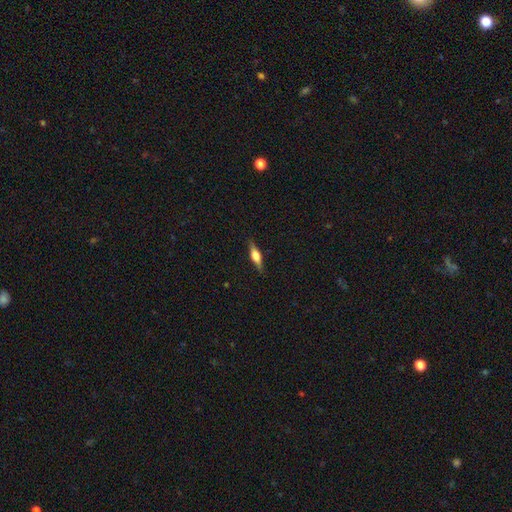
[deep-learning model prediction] Overall: featured or disk (58%; smooth 35%). Edge-on disk: yes (96%). Edge-on bulge: rounded (89%). Merging: none (87%).